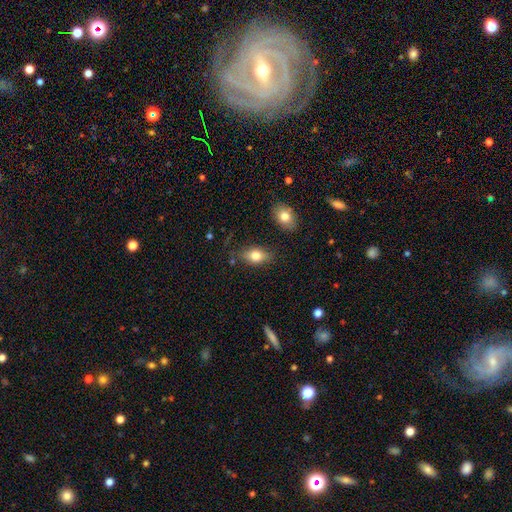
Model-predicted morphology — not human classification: This appears to be a smooth galaxy with no disk features (76%) that is in between round and cigar-shaped (84%). Merging: none (75%).